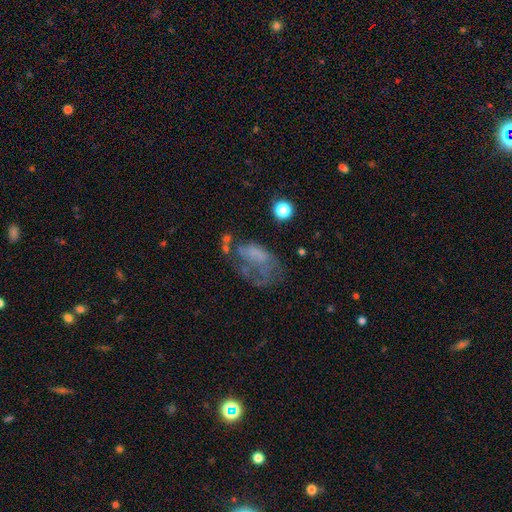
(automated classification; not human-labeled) Morphology: type=featured or disk (47%); merging=major disturbance (43%).